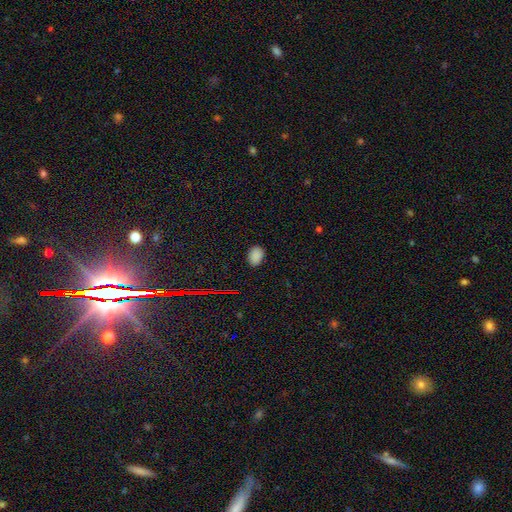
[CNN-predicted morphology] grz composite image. It shows a smooth galaxy with no disk features (84%) that is in between round and cigar-shaped (85%). Merging: none (86%).